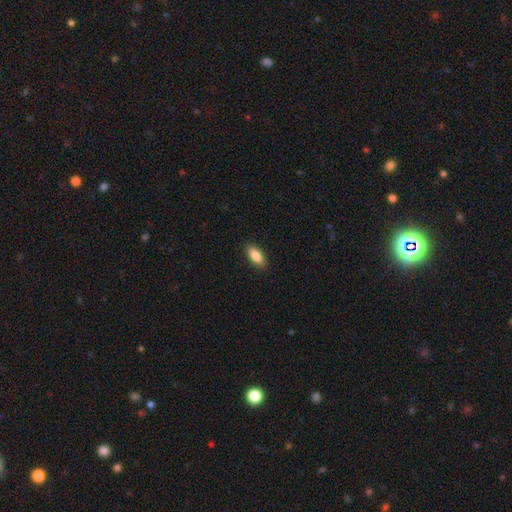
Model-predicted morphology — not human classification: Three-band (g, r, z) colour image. It shows a smooth galaxy with no disk features (84%) that is in between round and cigar-shaped (84%). Merging: none (89%).